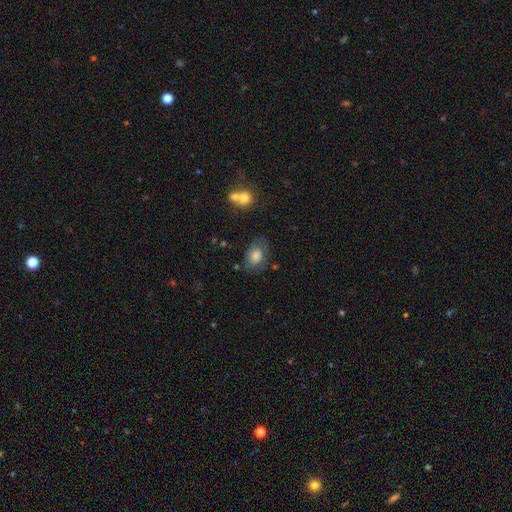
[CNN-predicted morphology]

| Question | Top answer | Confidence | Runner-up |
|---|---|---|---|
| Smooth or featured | smooth | 73% | featured or disk (17%) |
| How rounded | in between | 76% | round (23%) |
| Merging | none | 63% | minor disturbance (24%) |